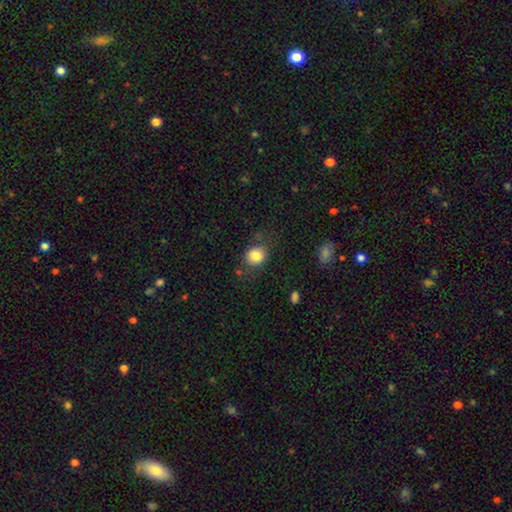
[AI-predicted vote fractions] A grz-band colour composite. It shows a smooth galaxy with no disk features (83%) that is round (68%). Merging: none (74%).